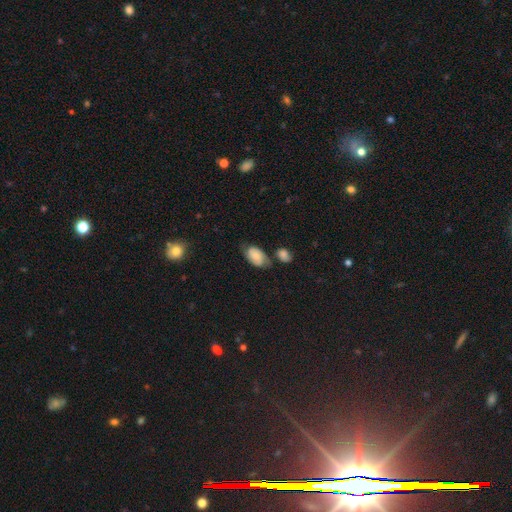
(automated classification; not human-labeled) A smooth galaxy with no disk features (60%) that is in between round and cigar-shaped (90%).

Vote fractions:
- Smooth or featured? smooth: 60% / featured or disk: 31% / star or artifact: 9%
- How rounded? in between: 90% / round: 8% / cigar-shaped: 2%
- Merging? none: 52% / minor disturbance: 24% / merger: 16% / major disturbance: 9%